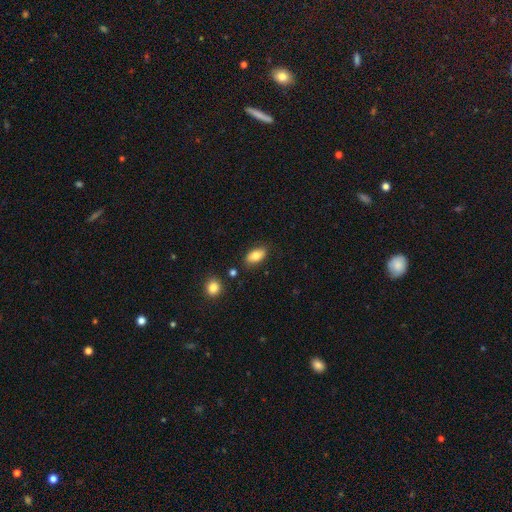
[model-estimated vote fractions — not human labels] Overall: smooth (80%). How rounded: in between (91%). Merging: none (82%).